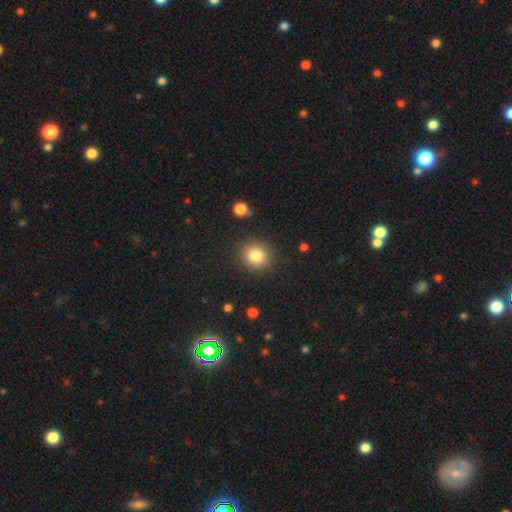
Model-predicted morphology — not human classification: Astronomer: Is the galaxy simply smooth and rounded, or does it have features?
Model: smooth — 82%.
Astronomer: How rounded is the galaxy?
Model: round — 85%.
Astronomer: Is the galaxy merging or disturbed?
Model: none — 88%.